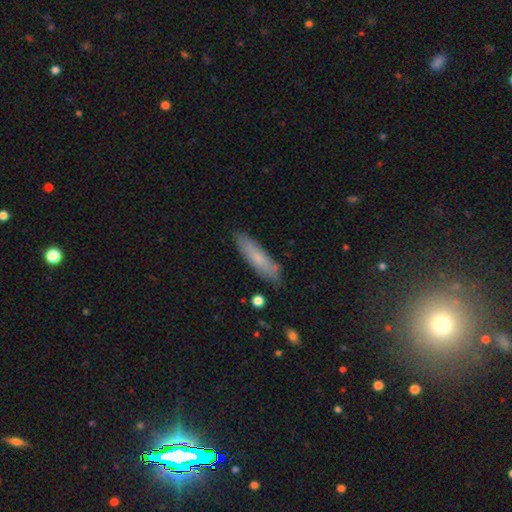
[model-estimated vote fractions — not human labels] This is likely a smooth galaxy (71%). How rounded: likely cigar-shaped (74%). Merging: clearly none (85%).